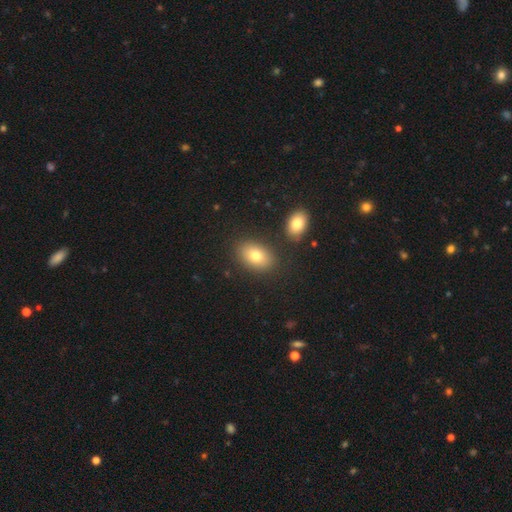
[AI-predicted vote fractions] Smooth or featured? smooth (79%)
How rounded? in between (85%)
Merging? none (82%)